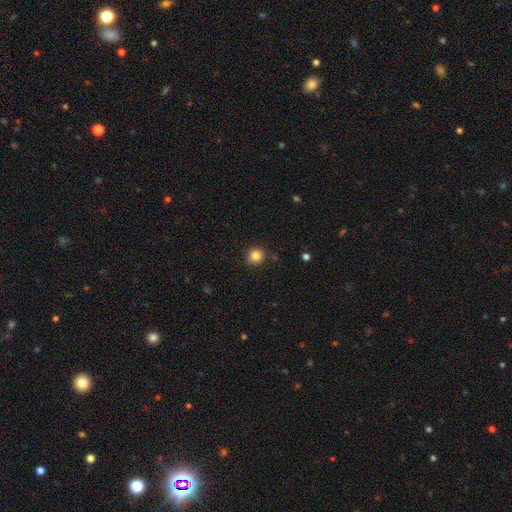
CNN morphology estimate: This appears to be a smooth galaxy with no disk features (83%) that is round (86%). Merging: none (87%).